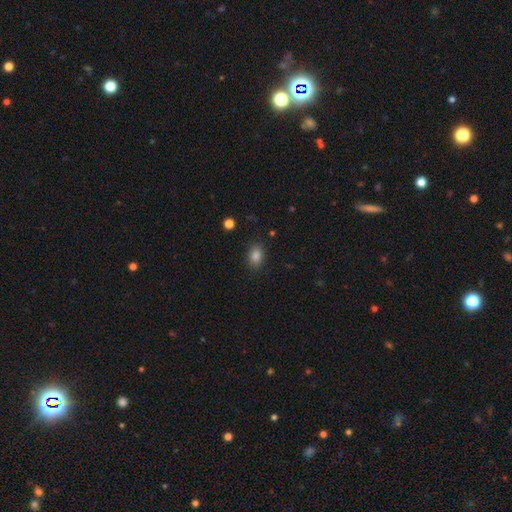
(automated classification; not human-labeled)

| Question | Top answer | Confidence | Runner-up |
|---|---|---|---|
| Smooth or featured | smooth | 84% | star or artifact (11%) |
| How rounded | in between | 77% | round (22%) |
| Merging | none | 86% | minor disturbance (10%) |